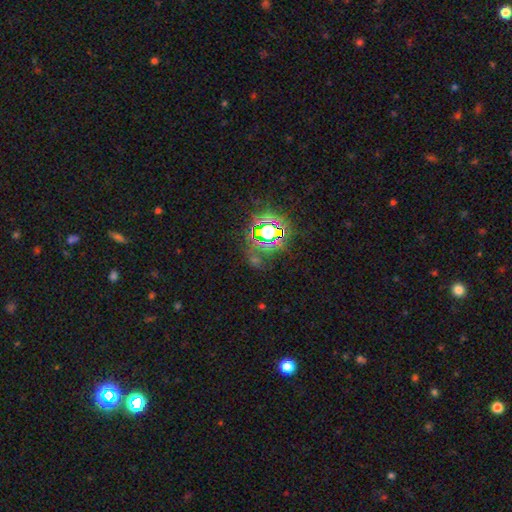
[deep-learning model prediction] This appears to be a star or artifact, not a galaxy (76%).